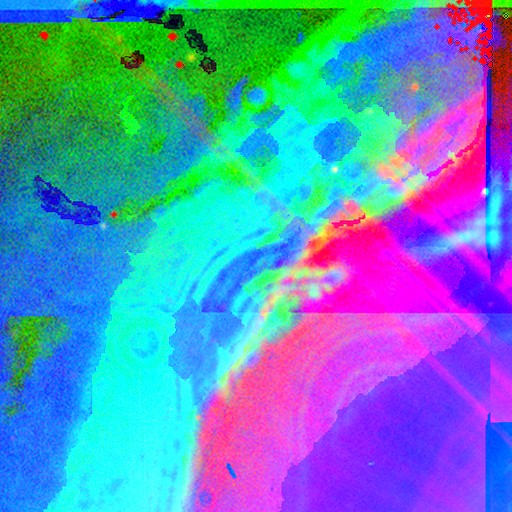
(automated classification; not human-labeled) This appears to be a star or artifact, not a galaxy (86%).